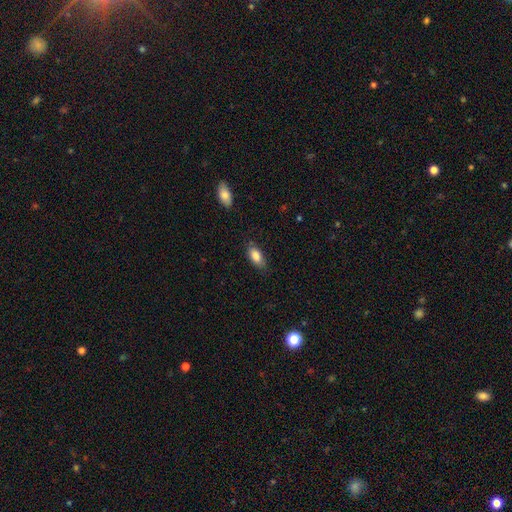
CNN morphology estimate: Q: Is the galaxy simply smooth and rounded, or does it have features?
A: smooth — 84%.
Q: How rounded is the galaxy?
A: in between — 89%.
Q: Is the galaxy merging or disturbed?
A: none — 76%.